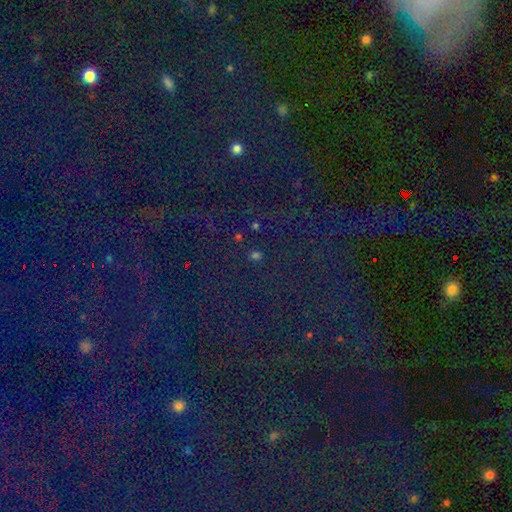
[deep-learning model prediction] Smooth or featured? Predicted: star or artifact (p=0.67).